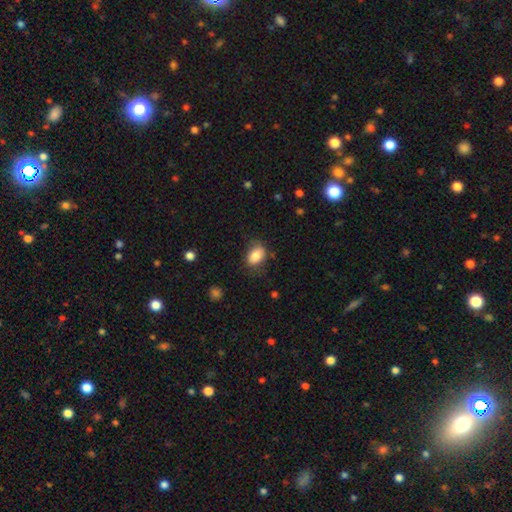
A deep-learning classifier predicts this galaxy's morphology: smooth 84%, featured or disk 9%, star or artifact 8%. Down the decision tree: how rounded — in between (81%); merging — none (72%).